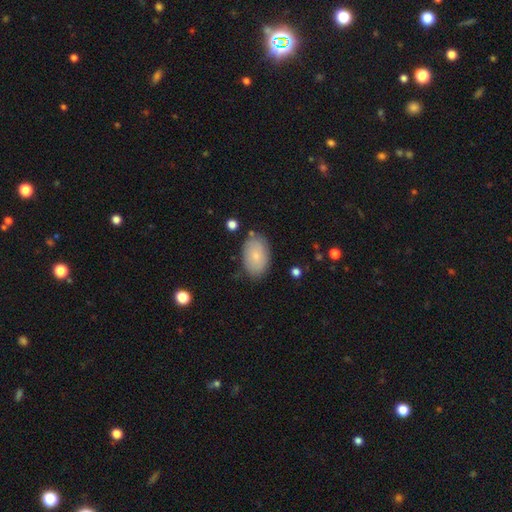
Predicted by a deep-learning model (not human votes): Smooth or featured?
  - smooth: 80% *
  - featured or disk: 13%
  - star or artifact: 7%
How rounded?
  - in between: 92% *
  - round: 7%
  - cigar-shaped: 1%
Merging?
  - none: 81% *
  - minor disturbance: 14%
  - major disturbance: 3%
  - merger: 2%